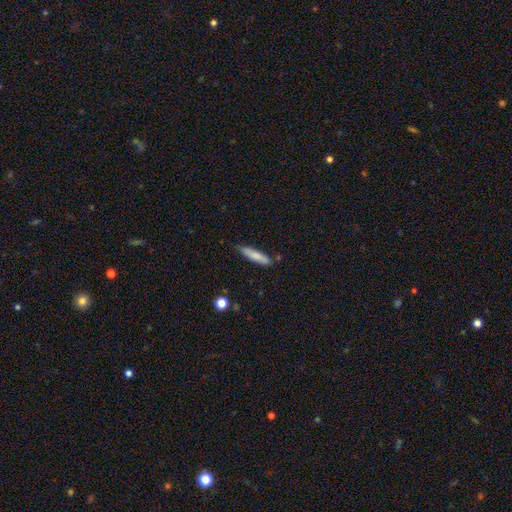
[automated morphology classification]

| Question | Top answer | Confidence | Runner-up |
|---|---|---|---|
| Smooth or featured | smooth | 78% | featured or disk (16%) |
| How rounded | cigar-shaped | 77% | in between (22%) |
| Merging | none | 76% | minor disturbance (18%) |